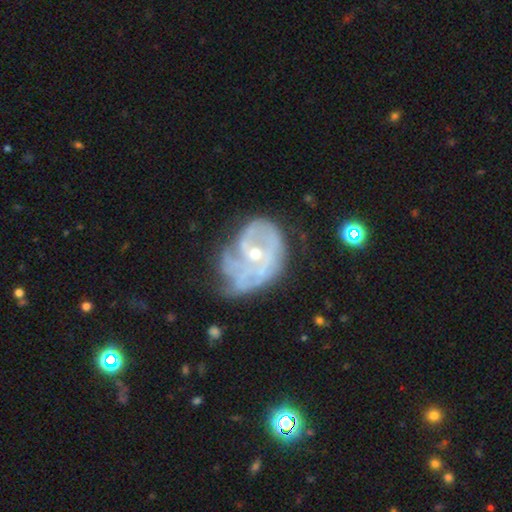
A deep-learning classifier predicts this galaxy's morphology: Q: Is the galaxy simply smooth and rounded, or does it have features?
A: featured or disk — 78%.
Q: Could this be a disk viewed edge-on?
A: no — 97%.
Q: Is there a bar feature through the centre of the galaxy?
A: no — 72%.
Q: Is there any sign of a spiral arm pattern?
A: yes — 71%.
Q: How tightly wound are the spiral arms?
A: tight — 49%.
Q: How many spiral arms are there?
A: can't tell — 49%.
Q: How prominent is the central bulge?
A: small — 55%.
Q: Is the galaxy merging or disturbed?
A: none — 35%.